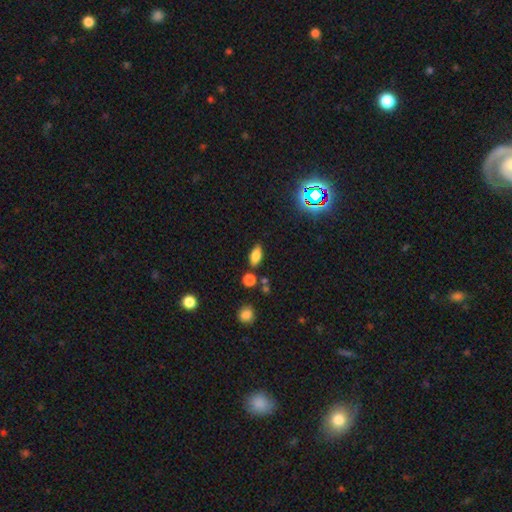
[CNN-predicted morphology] The model was most divided on "merging": none: 78%, minor disturbance: 13%, merger: 6%, major disturbance: 3%. More confident: how rounded — in between (83%); smooth or featured — smooth (78%).